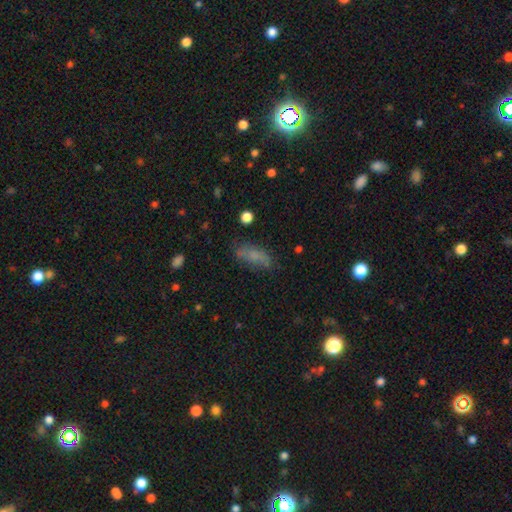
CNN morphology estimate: This appears to be a smooth galaxy with no disk features (70%) that is in between round and cigar-shaped (68%). Merging: none (64%).